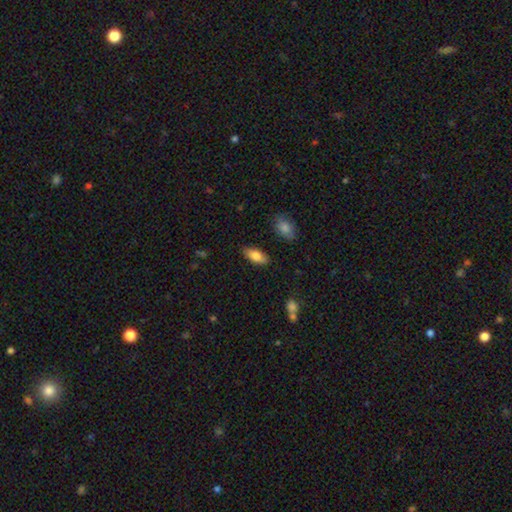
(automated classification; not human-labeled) Overall: smooth (80%). How rounded: in between (84%). Merging: none (86%).